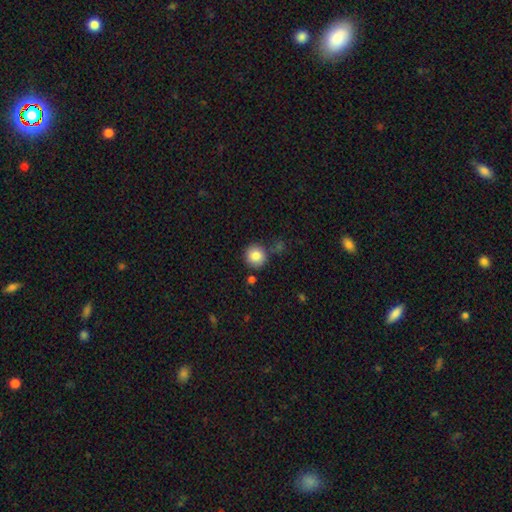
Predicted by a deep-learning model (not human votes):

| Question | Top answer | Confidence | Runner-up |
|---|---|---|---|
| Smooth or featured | smooth | 85% | star or artifact (9%) |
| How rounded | round | 92% | in between (7%) |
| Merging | none | 79% | minor disturbance (11%) |